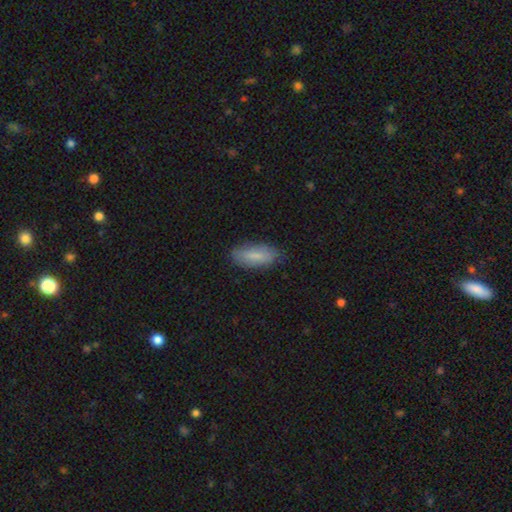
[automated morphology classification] type=smooth (77%); roundness=in between (76%); merging=none (80%).